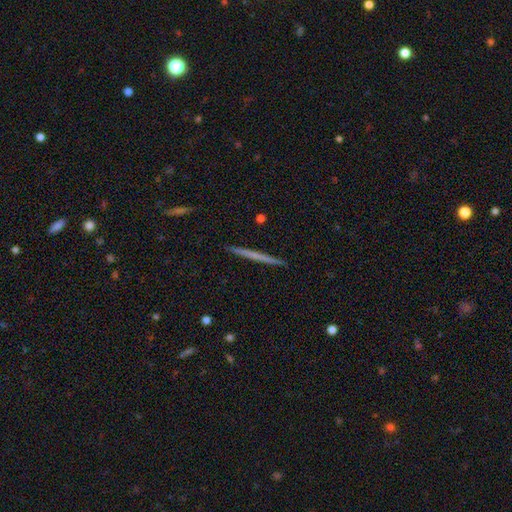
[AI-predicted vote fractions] smooth-or-featured: featured or disk: 48% | smooth: 46% | star or artifact: 6%
  merging: none: 93% | minor disturbance: 5% | major disturbance: 1% | merger: 1%